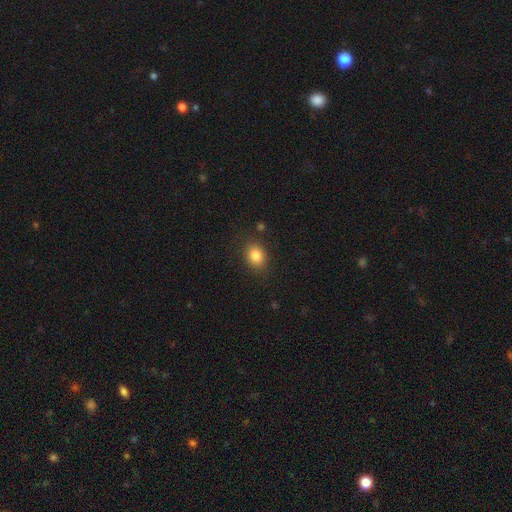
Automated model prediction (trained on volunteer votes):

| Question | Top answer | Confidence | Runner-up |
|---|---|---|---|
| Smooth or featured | smooth | 84% | star or artifact (10%) |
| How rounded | in between | 53% | round (46%) |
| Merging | none | 84% | minor disturbance (10%) |